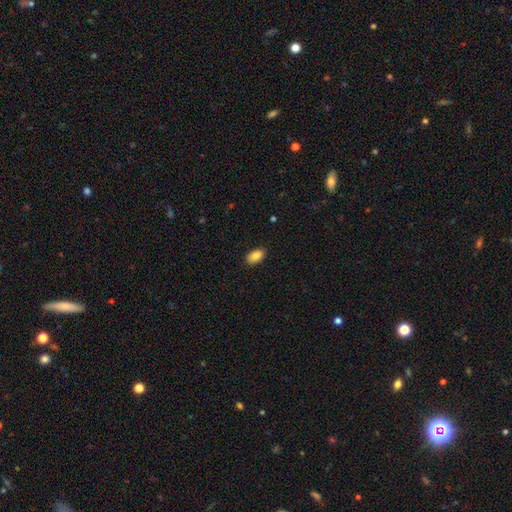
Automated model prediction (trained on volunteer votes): smooth_or_featured: smooth (p=0.85) [alt: star or artifact p=0.07]
how_rounded: in between (p=0.92) [alt: round p=0.06]
merging: none (p=0.88) [alt: minor disturbance p=0.09]